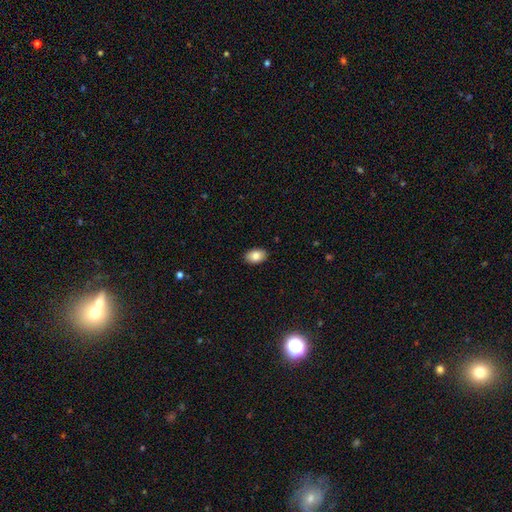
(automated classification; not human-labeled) Smooth or featured? Predicted: smooth (p=0.85). How rounded? Predicted: in between (p=0.89). Merging? Predicted: none (p=0.90).